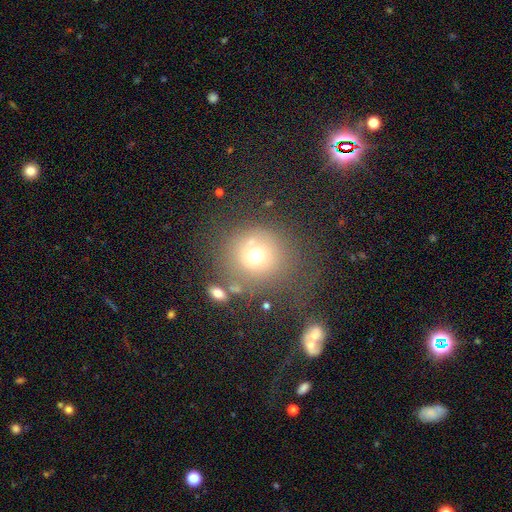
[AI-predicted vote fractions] smooth 68%, star or artifact 17%, featured or disk 15%. Down the decision tree: how rounded — round (90%); merging — none (63%).